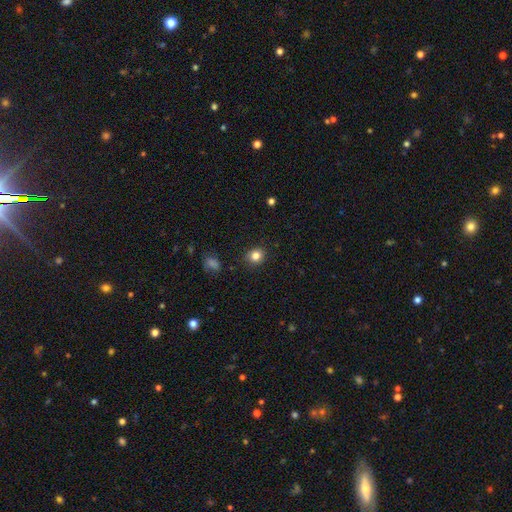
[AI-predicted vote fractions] Overall: smooth (82%). How rounded: round (72%). Merging: none (88%).